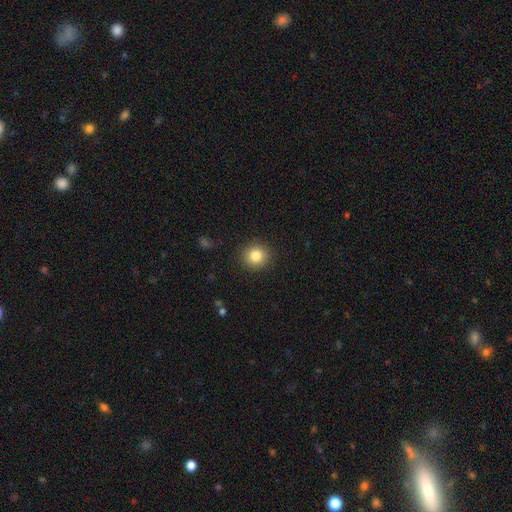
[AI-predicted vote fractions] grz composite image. It shows a smooth galaxy with no disk features (83%) that is round (87%). Merging: none (90%).